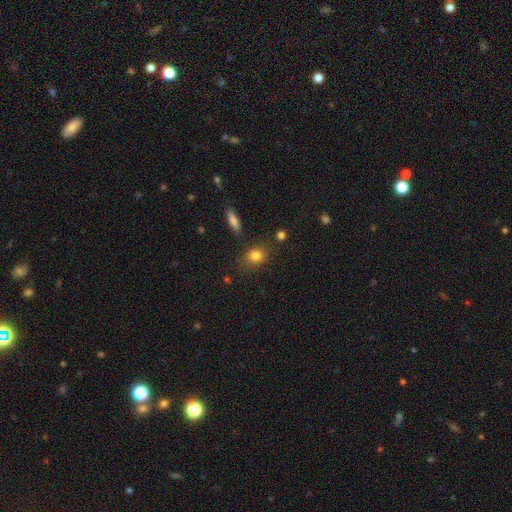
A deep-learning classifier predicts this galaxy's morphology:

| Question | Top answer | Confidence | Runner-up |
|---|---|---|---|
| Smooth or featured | smooth | 82% | star or artifact (11%) |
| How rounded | round | 49% | tied: in between (49%) |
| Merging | none | 78% | minor disturbance (13%) |